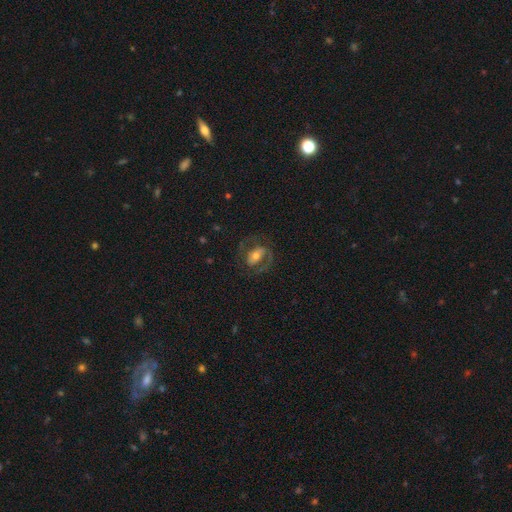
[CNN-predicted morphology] Smooth or featured?
  - featured or disk: 65% *
  - smooth: 27%
  - star or artifact: 7%
Edge-on disk?
  - no: 95% *
  - yes: 5%
Bar?
  - strong: 36% *
  - weak: 32%
  - no: 32%
Spiral arms?
  - yes: 73% *
  - no: 27%
Bulge size?
  - moderate: 59% *
  - small: 26%
  - large: 11%
  - none: 2%
  - dominant: 2%
Merging?
  - none: 65% *
  - major disturbance: 18%
  - minor disturbance: 16%
  - merger: 2%